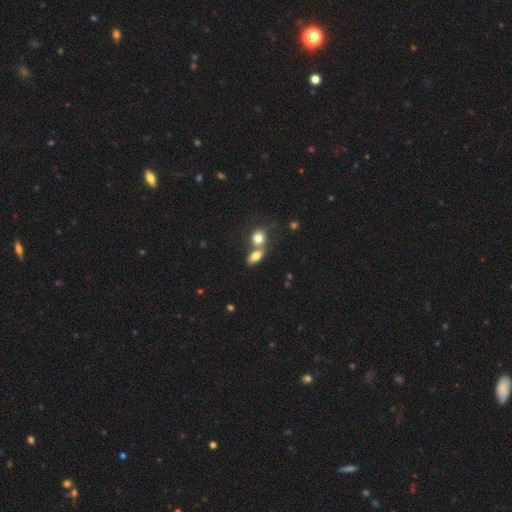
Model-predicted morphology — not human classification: smooth 78%, featured or disk 13%, star or artifact 9%. Down the decision tree: how rounded — in between (75%); merging — merger (58%).